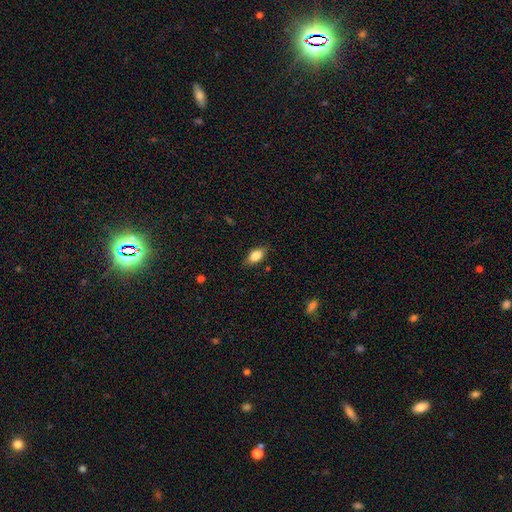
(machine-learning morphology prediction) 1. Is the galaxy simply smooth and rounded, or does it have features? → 81% smooth, 11% featured or disk, 8% star or artifact.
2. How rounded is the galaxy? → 87% in between, 7% cigar-shaped, 6% round.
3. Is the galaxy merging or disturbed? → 83% none, 13% minor disturbance, 3% major disturbance, 1% merger.